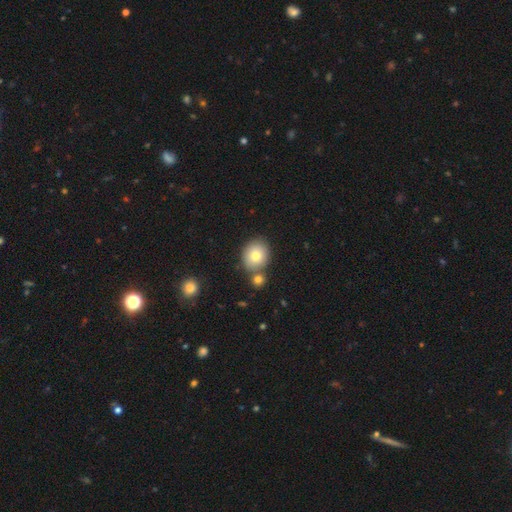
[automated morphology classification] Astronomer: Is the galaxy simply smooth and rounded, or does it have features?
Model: smooth — 77%.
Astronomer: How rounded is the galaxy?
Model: round — 65%.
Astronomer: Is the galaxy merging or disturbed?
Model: none — 67%.